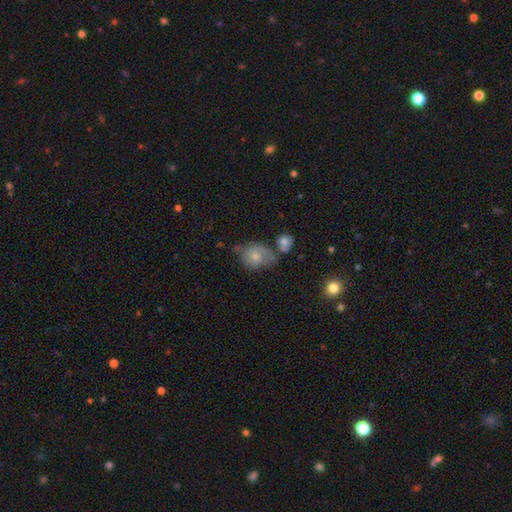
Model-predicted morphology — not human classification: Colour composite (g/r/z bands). It shows a smooth galaxy with no disk features (62%) that is in between round and cigar-shaped (60%). Merging: none (37%).